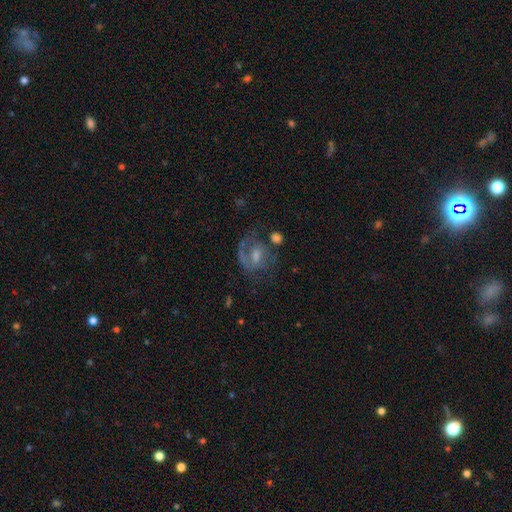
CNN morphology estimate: This appears to be a featured or disk galaxy (70%) with a weak bar (47%), 2 (42%) medium (46%) spiral arms (81%) and a moderate central bulge (45%). Merging: none (52%).